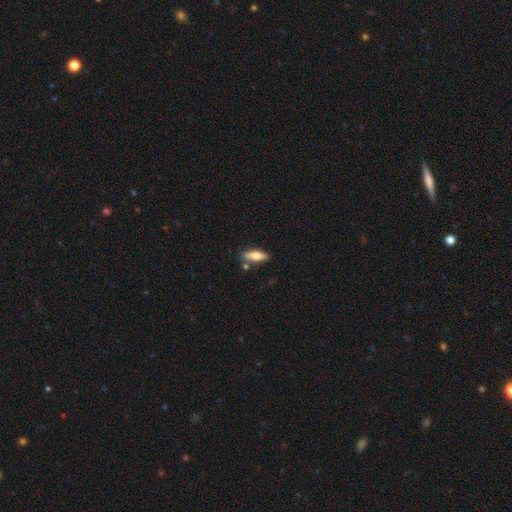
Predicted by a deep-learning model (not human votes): The model was most divided on "how rounded": in between: 56%, cigar-shaped: 42%, round: 3%. More confident: merging — none (77%); smooth or featured — smooth (66%).